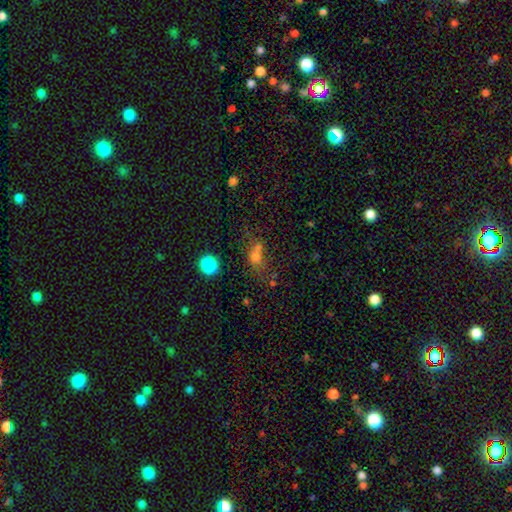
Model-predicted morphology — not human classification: Q: Smooth or featured?
A: smooth (66%); runner-up: star or artifact (21%)
Q: How rounded?
A: round (56%); runner-up: in between (39%)
Q: Merging?
A: merger (42%); runner-up: none (36%)